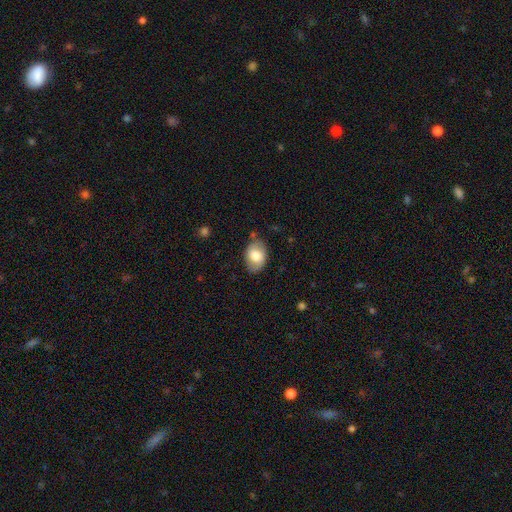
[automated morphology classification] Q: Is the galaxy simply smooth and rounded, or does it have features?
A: smooth — 76%.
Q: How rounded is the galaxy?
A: in between — 83%.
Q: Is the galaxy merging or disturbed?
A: none — 80%.